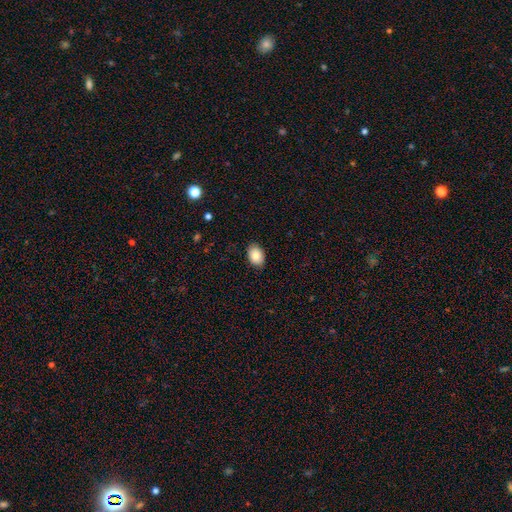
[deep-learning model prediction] smooth 85%, star or artifact 8%, featured or disk 7%. Down the decision tree: how rounded — in between (81%); merging — none (87%).